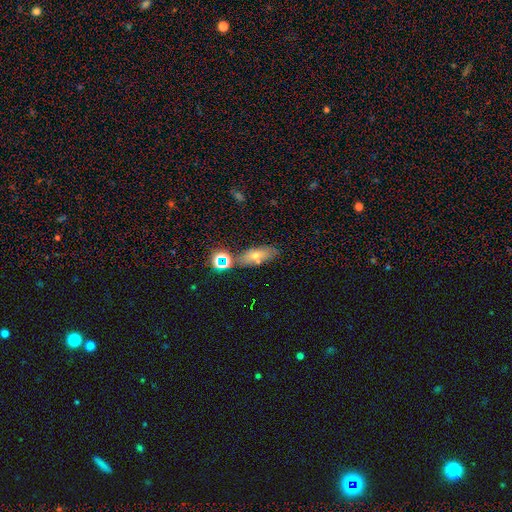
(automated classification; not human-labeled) This is possibly a smooth galaxy (46%). Merging: likely none (71%).